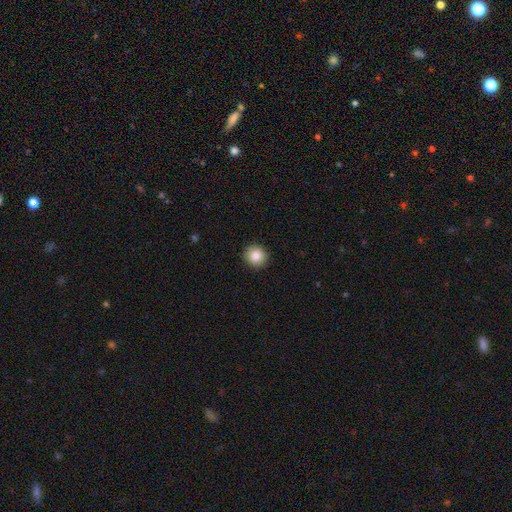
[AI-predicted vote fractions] Smooth or featured? Predicted: smooth (p=0.85). How rounded? Predicted: round (p=0.91). Merging? Predicted: none (p=0.92).